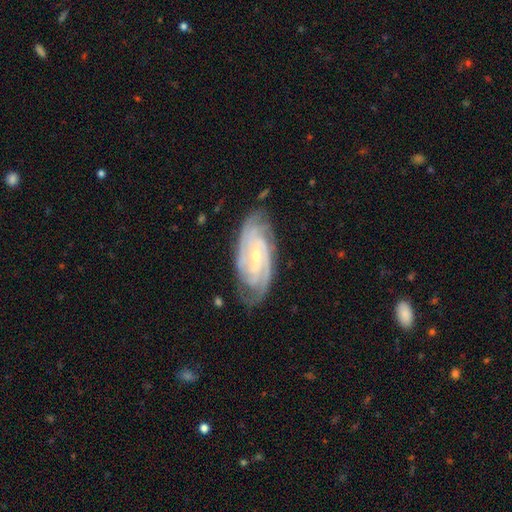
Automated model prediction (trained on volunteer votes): Smooth or featured: featured or disk — 90% (smooth — 5%)
Edge-on disk: no — 95% (yes — 5%)
Bar: weak — 43% (no — 33%)
Spiral arms: yes — 98% (no — 2%)
Spiral winding: tight — 72% (medium — 24%)
Spiral arm count: 2 — 30% (3 — 24%)
Bulge size: small — 73% (moderate — 24%)
Merging: none — 78% (minor disturbance — 16%)